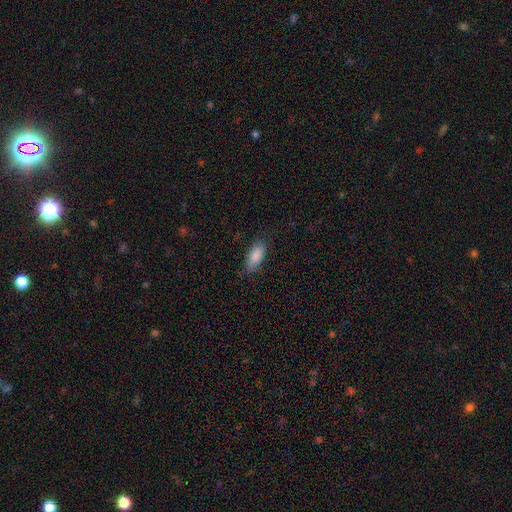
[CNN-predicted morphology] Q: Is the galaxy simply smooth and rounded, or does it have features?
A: smooth — 86%.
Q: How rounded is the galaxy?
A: in between — 84%.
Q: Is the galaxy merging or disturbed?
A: none — 80%.